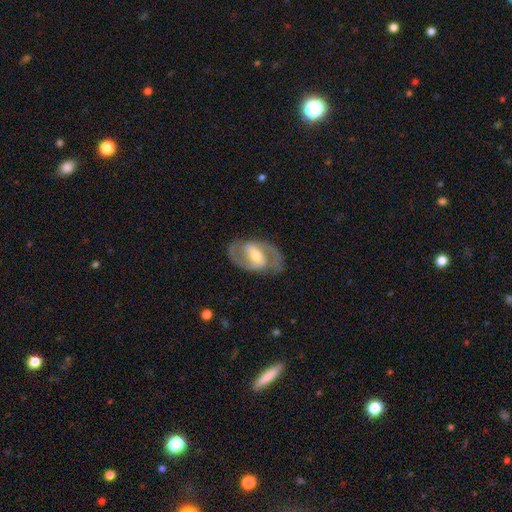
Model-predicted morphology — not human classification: A featured or disk galaxy (81%) with a weak bar (40%, tied with strong), 2 (88%) medium (54%) spiral arms (85%) and a moderate central bulge (59%).

Vote fractions:
- Smooth or featured? featured or disk: 81% / smooth: 14% / star or artifact: 5%
- Edge-on disk? no: 95% / yes: 5%
- Bar? weak: 40% (tied) / strong: 40% (tied) / no: 20%
- Spiral arms? yes: 85% / no: 15%
- Spiral winding? medium: 54% / tight: 28% / loose: 18%
- Spiral arm count? 2: 88% / can't tell: 7% / 1: 2% / 3: 1% / 4: 1% / more than 4: 1%
- Bulge size? moderate: 59% / small: 32% / large: 7% / none: 1% / dominant: 1%
- Merging? none: 80% / minor disturbance: 12% / major disturbance: 6% / merger: 1%